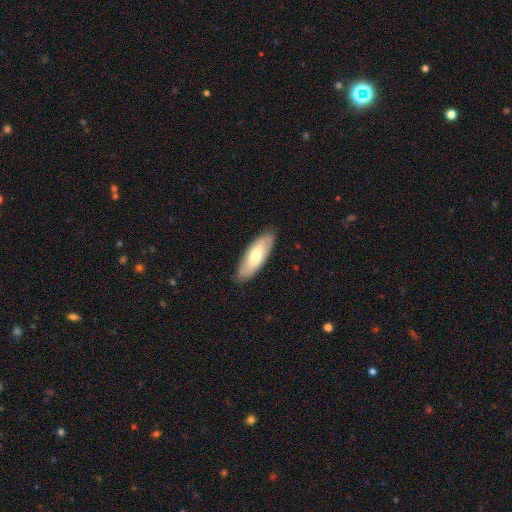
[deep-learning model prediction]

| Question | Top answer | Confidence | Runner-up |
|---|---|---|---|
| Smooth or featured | smooth | 67% | featured or disk (28%) |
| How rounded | in between | 67% | cigar-shaped (31%) |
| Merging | none | 86% | minor disturbance (11%) |